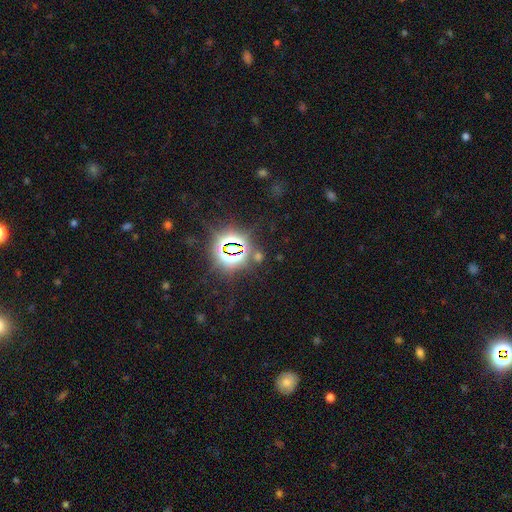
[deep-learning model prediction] Morphology: type=star or artifact (80%).